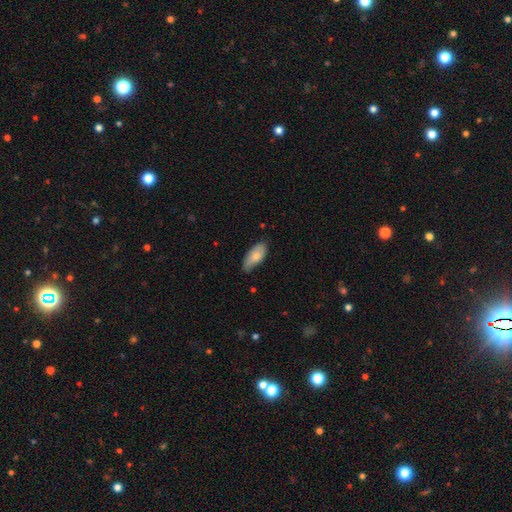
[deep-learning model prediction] Smooth or featured? Predicted: smooth (p=0.79). How rounded? Predicted: in between (p=0.87). Merging? Predicted: none (p=0.69).